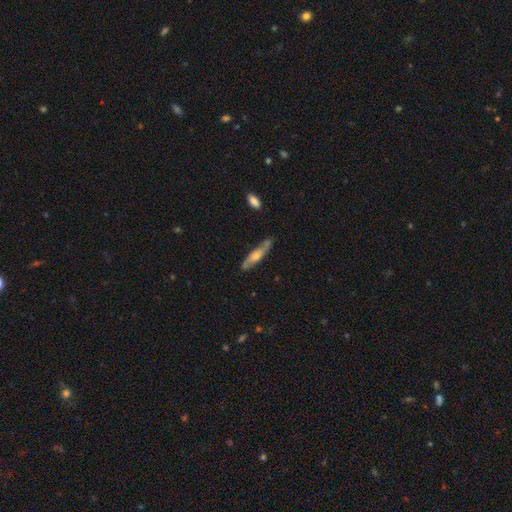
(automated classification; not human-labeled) This appears to be a featured or disk galaxy (52%) viewed edge-on (58%). Merging: none (71%).